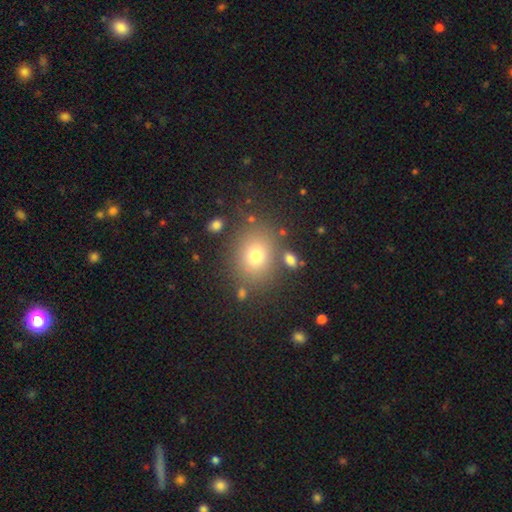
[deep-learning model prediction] A smooth galaxy with no disk features (75%) that is round (54%). Merging: none (79%).